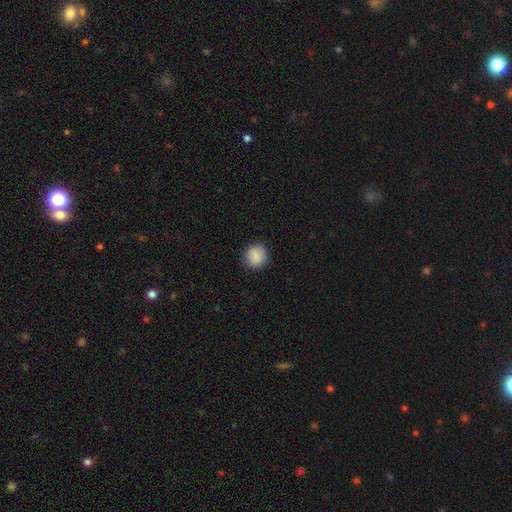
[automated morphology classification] Smooth or featured? Predicted: smooth (p=0.89). How rounded? Predicted: round (p=0.91). Merging? Predicted: none (p=0.90).